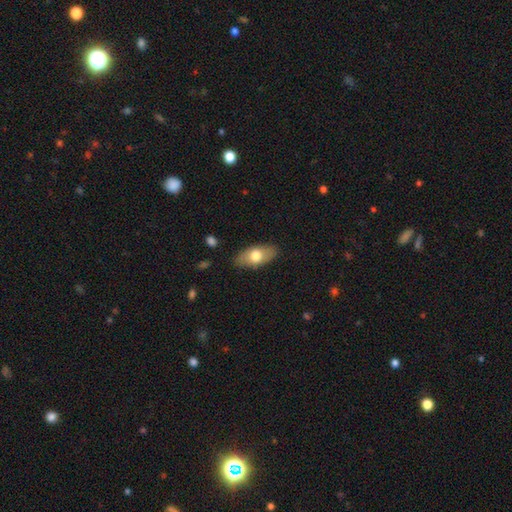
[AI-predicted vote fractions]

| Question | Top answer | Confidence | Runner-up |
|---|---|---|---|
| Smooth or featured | smooth | 70% | featured or disk (24%) |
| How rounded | in between | 89% | cigar-shaped (7%) |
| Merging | none | 85% | minor disturbance (12%) |